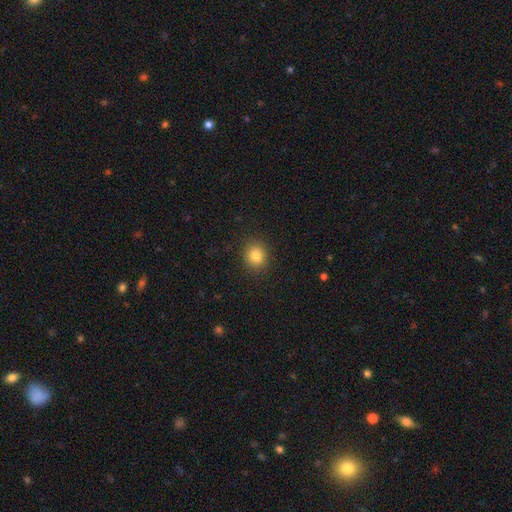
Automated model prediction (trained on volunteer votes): Smooth or featured? Predicted: smooth (p=0.85). How rounded? Predicted: round (p=0.69). Merging? Predicted: none (p=0.87).